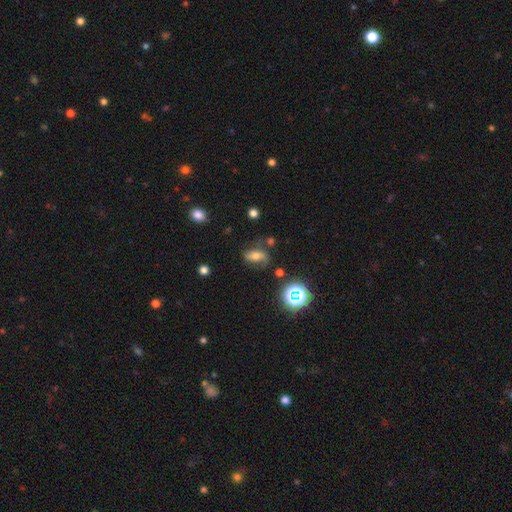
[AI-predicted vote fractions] This is possibly a smooth galaxy (51%). How rounded: likely in between (79%). Merging: likely none (61%).